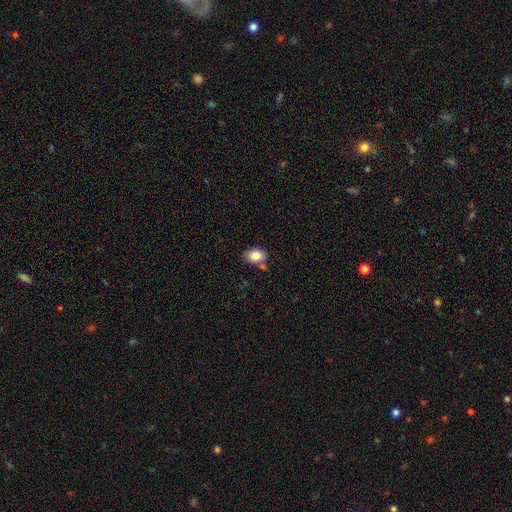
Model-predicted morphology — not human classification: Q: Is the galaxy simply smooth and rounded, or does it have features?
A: smooth — 84%.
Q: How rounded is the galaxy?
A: in between — 74%.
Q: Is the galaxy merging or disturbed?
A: none — 65%.